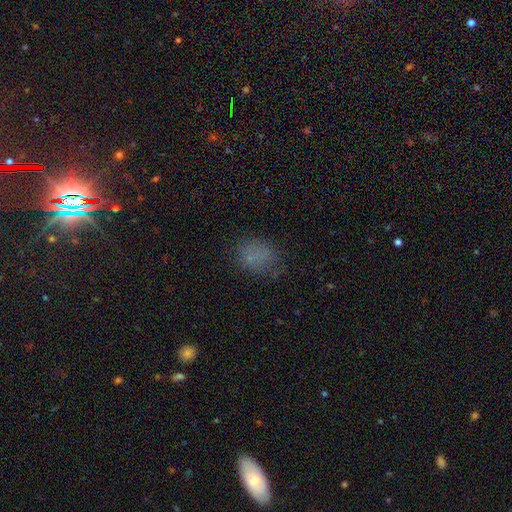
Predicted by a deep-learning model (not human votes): smooth 71%, star or artifact 19%, featured or disk 10%. Down the decision tree: how rounded — in between (59%); merging — none (68%).